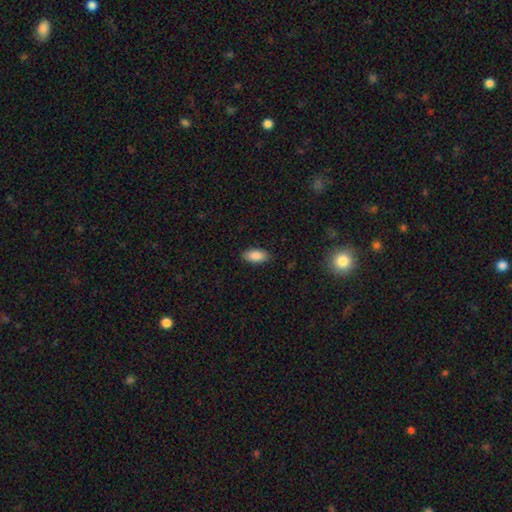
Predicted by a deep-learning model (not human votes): Smooth or featured?
  - smooth: 88% *
  - star or artifact: 7%
  - featured or disk: 5%
How rounded?
  - in between: 92% *
  - cigar-shaped: 6%
  - round: 3%
Merging?
  - none: 87% *
  - minor disturbance: 10%
  - major disturbance: 2%
  - merger: 1%